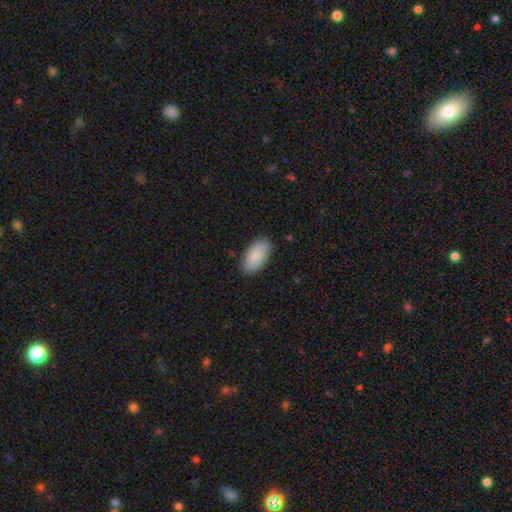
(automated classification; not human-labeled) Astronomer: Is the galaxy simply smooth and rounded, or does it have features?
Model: smooth — 89%.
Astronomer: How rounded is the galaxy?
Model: in between — 95%.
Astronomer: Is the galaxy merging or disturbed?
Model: none — 84%.